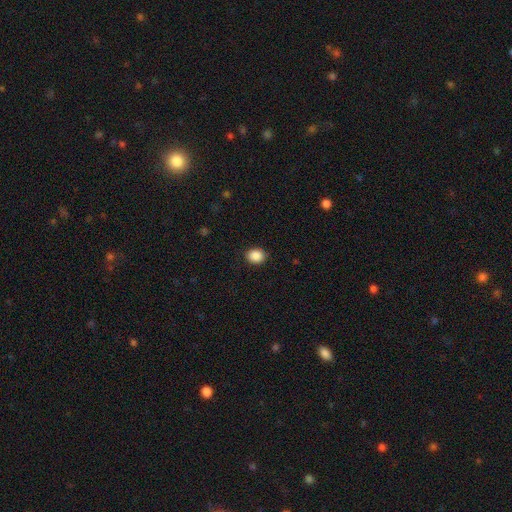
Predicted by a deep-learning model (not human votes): Q: Smooth or featured?
A: smooth (89%); runner-up: star or artifact (9%)
Q: How rounded?
A: round (61%); runner-up: in between (38%)
Q: Merging?
A: none (89%); runner-up: minor disturbance (8%)